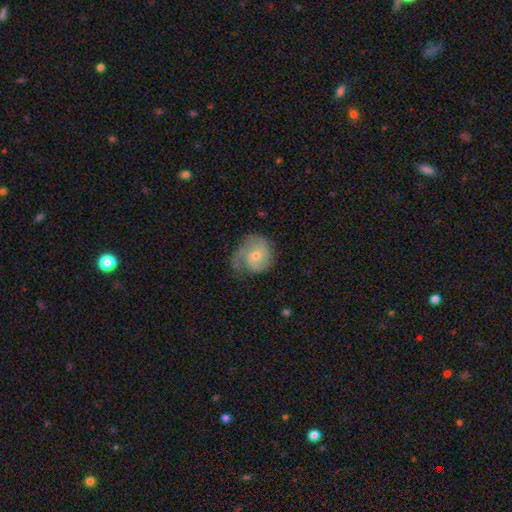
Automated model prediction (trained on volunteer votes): A featured or disk galaxy (68%) with no bar (68%), 2 (41%) medium (40%) spiral arms (90%) and a small central bulge (54%).

Vote fractions:
- Smooth or featured? featured or disk: 68% / smooth: 25% / star or artifact: 7%
- Edge-on disk? no: 98% / yes: 2%
- Bar? no: 68% / weak: 27% / strong: 5%
- Spiral arms? yes: 90% / no: 10%
- Spiral winding? medium: 40% / tight: 38% / loose: 22%
- Spiral arm count? 2: 41% / 1: 35% / can't tell: 15% / 3: 6% / 4: 2% / more than 4: 2%
- Bulge size? small: 54% / moderate: 42% / none: 2% / large: 2% / dominant: 1%
- Merging? none: 51% / minor disturbance: 28% / major disturbance: 20% / merger: 2%